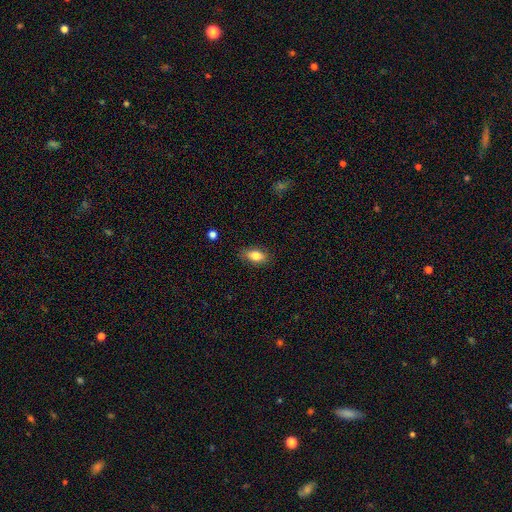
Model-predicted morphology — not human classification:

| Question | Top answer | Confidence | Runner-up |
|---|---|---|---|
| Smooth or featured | smooth | 82% | featured or disk (10%) |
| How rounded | in between | 88% | round (6%) |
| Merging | none | 84% | minor disturbance (12%) |